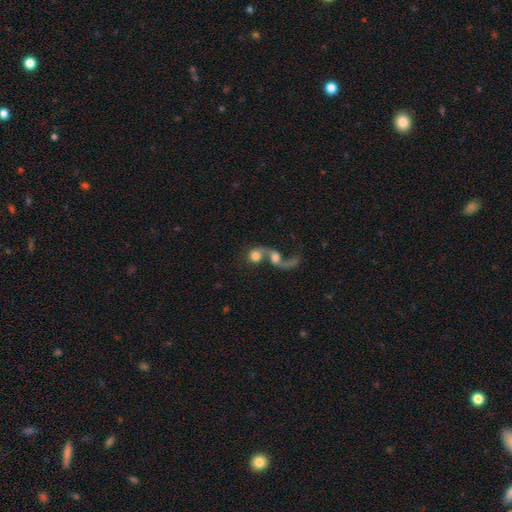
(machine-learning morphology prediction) The model was most divided on "smooth or featured": smooth: 55%, featured or disk: 36%, star or artifact: 9%. More confident: how rounded — round (76%); merging — merger (70%).